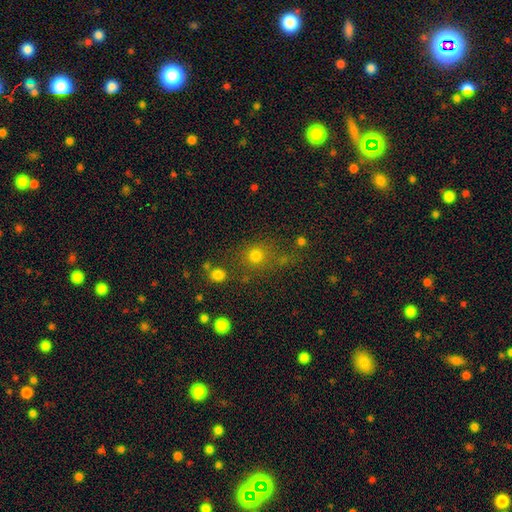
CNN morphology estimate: The model was most divided on "smooth or featured": smooth: 73%, star or artifact: 19%, featured or disk: 8%. More confident: how rounded — round (88%); merging — none (68%).